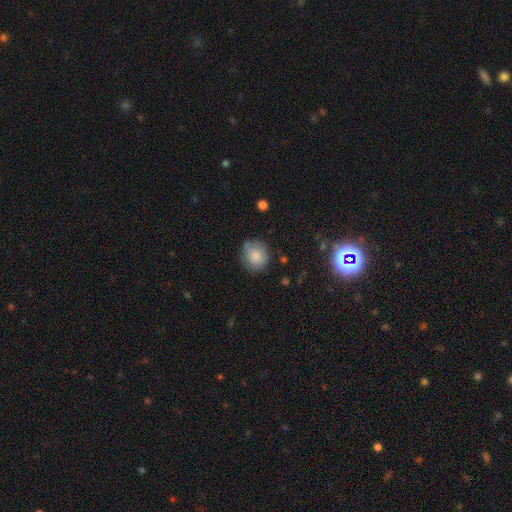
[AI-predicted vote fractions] smooth-or-featured: smooth: 83% | featured or disk: 9% | star or artifact: 9%
  how-rounded: round: 85% | in between: 14% | cigar-shaped: 1%
  merging: none: 76% | minor disturbance: 16% | merger: 4% | major disturbance: 4%